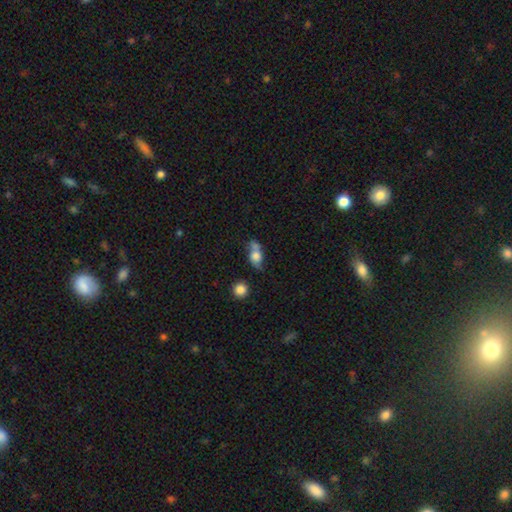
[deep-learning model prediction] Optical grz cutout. It shows a smooth galaxy with no disk features (51%) that is in between round and cigar-shaped (63%). Merging: none (45%).